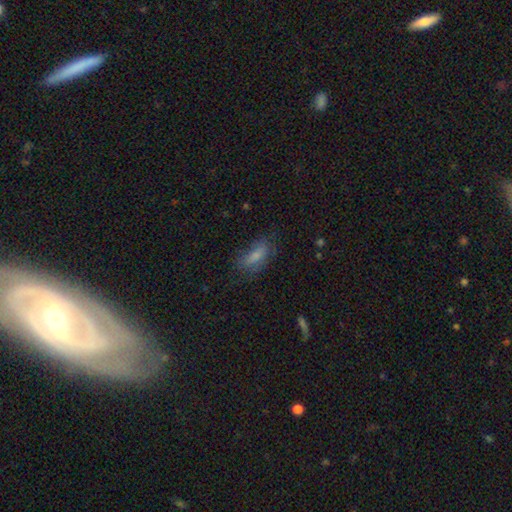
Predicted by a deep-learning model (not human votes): Smooth or featured? Predicted: smooth (p=0.75). How rounded? Predicted: in between (p=0.74). Merging? Predicted: none (p=0.64).